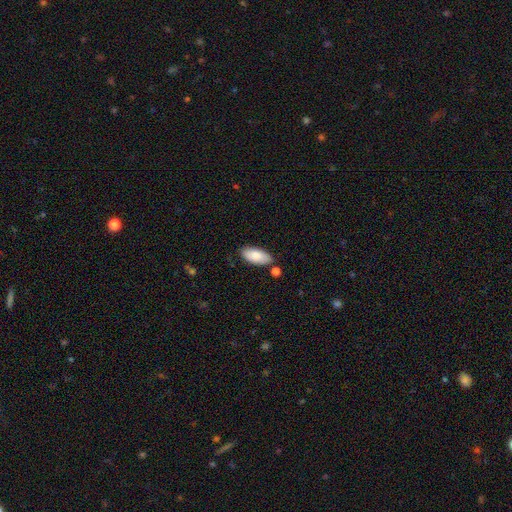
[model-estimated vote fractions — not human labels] The model was most divided on "merging": none: 78%, minor disturbance: 14%, merger: 5%, major disturbance: 3%. More confident: how rounded — in between (90%); smooth or featured — smooth (85%).